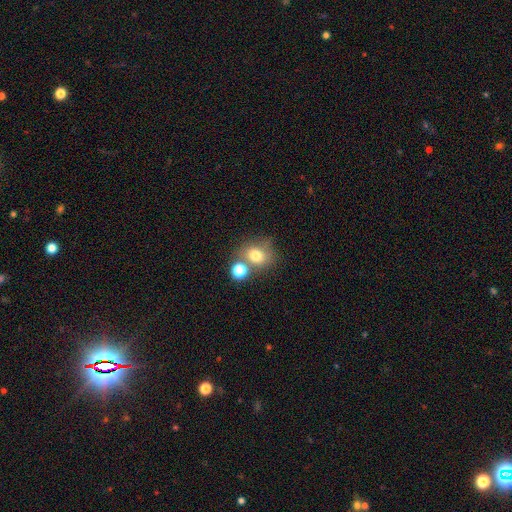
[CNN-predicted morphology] A smooth galaxy with no disk features (74%) that is round (69%). Merging: none (52%).